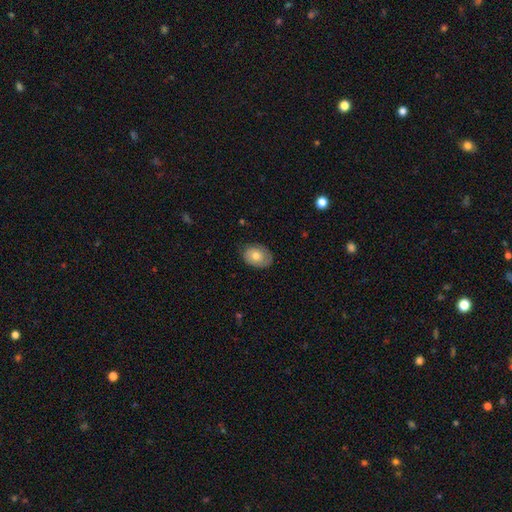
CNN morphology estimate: A smooth galaxy with no disk features (66%) that is in between round and cigar-shaped (71%).

Vote fractions:
- Smooth or featured? smooth: 66% / featured or disk: 27% / star or artifact: 7%
- How rounded? in between: 71% / round: 28% / cigar-shaped: 1%
- Merging? none: 75% / minor disturbance: 20% / major disturbance: 4% / merger: 1%